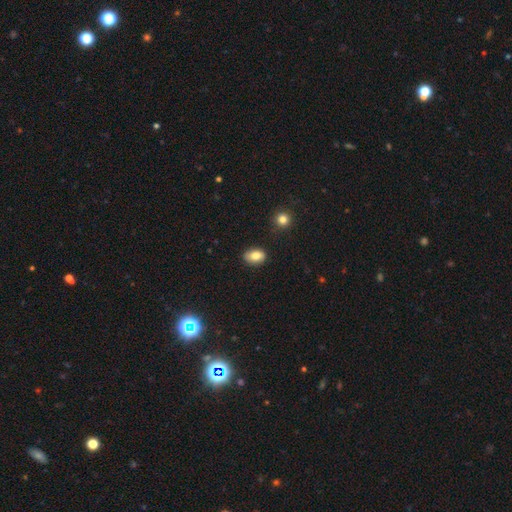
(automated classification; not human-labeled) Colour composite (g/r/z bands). It shows a smooth galaxy with no disk features (81%) that is in between round and cigar-shaped (81%). Merging: none (82%).